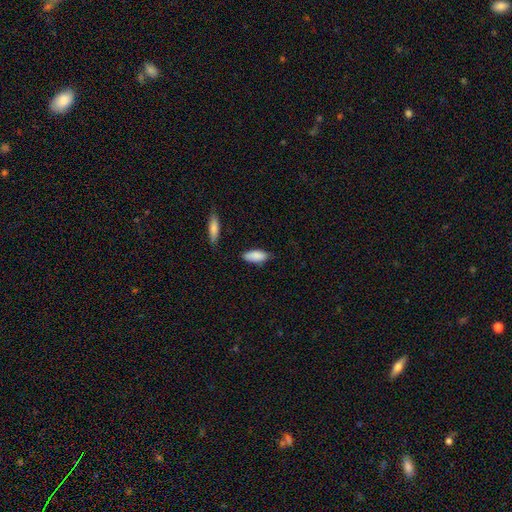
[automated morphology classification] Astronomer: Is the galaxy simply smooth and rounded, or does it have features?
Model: smooth — 88%.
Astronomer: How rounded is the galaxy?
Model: in between — 82%.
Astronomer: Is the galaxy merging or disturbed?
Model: none — 76%.